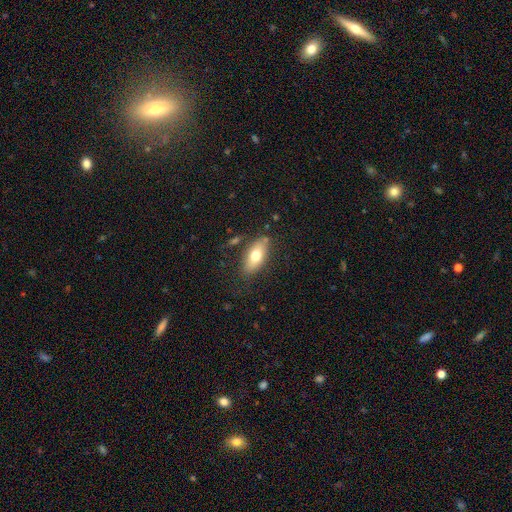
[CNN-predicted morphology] A smooth galaxy with no disk features (70%) that is in between round and cigar-shaped (84%).

Vote fractions:
- Smooth or featured? smooth: 70% / featured or disk: 23% / star or artifact: 7%
- How rounded? in between: 84% / cigar-shaped: 13% / round: 4%
- Merging? none: 76% / minor disturbance: 16% / major disturbance: 5% / merger: 4%